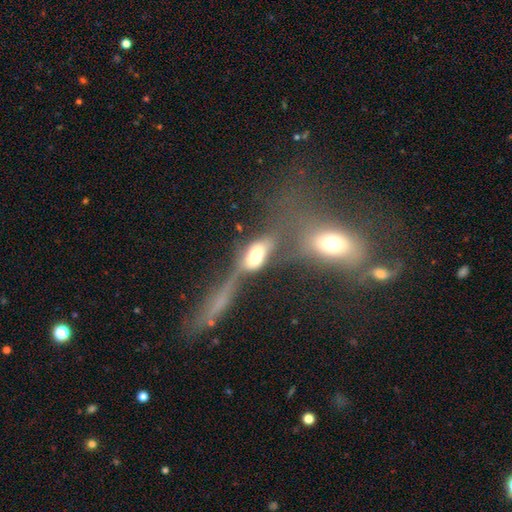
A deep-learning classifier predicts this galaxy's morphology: Smooth or featured?
  - smooth: 51% *
  - featured or disk: 37%
  - star or artifact: 12%
How rounded?
  - in between: 76% *
  - cigar-shaped: 12%
  - round: 12%
Merging?
  - merger: 30% * (tied)
  - none: 30% * (tied)
  - major disturbance: 25%
  - minor disturbance: 15%